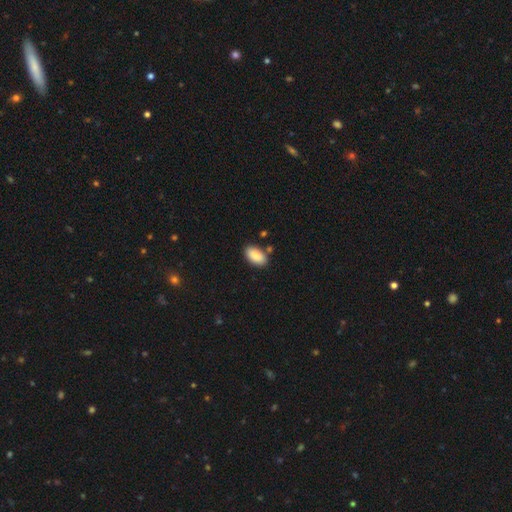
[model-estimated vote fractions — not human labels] A smooth galaxy with no disk features (86%) that is in between round and cigar-shaped (95%).

Vote fractions:
- Smooth or featured? smooth: 86% / featured or disk: 7% / star or artifact: 7%
- How rounded? in between: 95% / round: 3% / cigar-shaped: 2%
- Merging? none: 81% / minor disturbance: 11% / merger: 6% / major disturbance: 2%